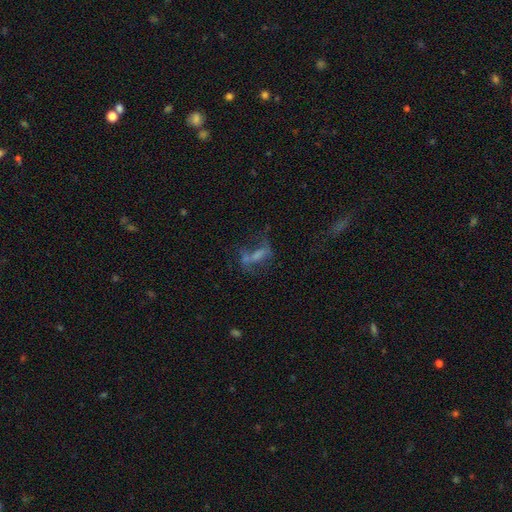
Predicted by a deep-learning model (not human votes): smooth-or-featured: featured or disk: 44% | smooth: 33% | star or artifact: 23%
  merging: none: 36% | major disturbance: 34% | minor disturbance: 16% | merger: 14%